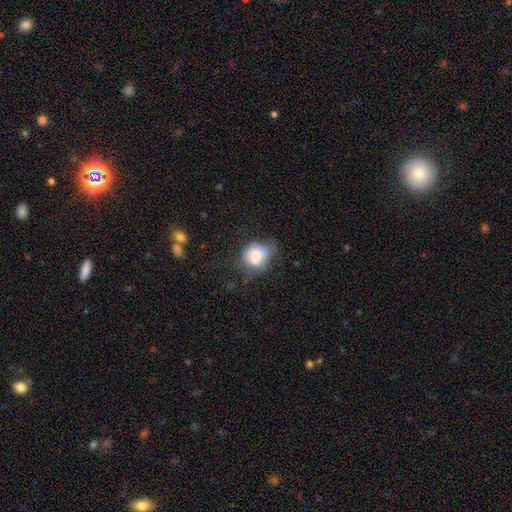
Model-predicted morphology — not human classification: Smooth or featured? Predicted: smooth (p=0.76). How rounded? Predicted: round (p=0.53). Merging? Predicted: none (p=0.43).